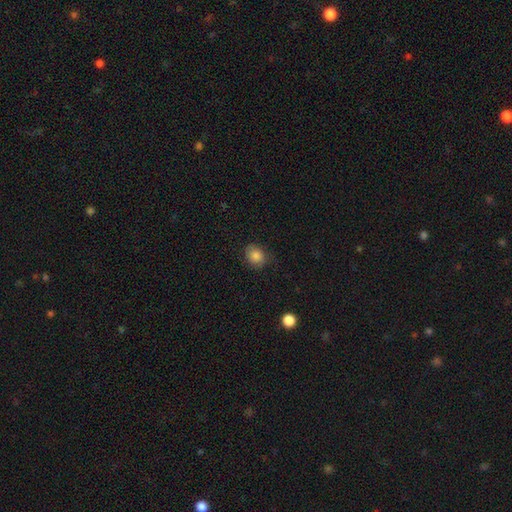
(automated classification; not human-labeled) Smooth or featured? Predicted: smooth (p=0.83). How rounded? Predicted: round (p=0.51). Merging? Predicted: none (p=0.75).